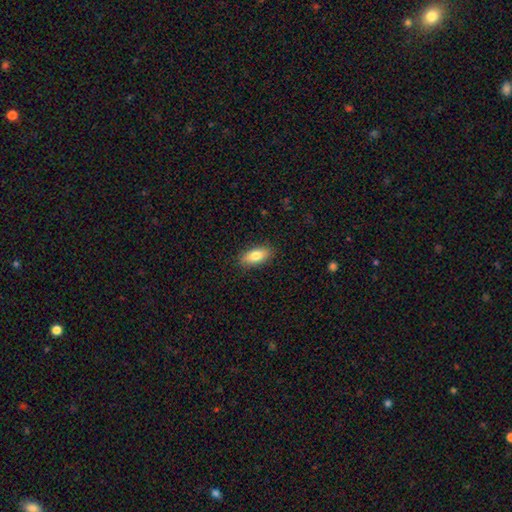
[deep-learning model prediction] This appears to be a smooth galaxy with no disk features (80%) that is in between round and cigar-shaped (87%). Merging: none (88%).